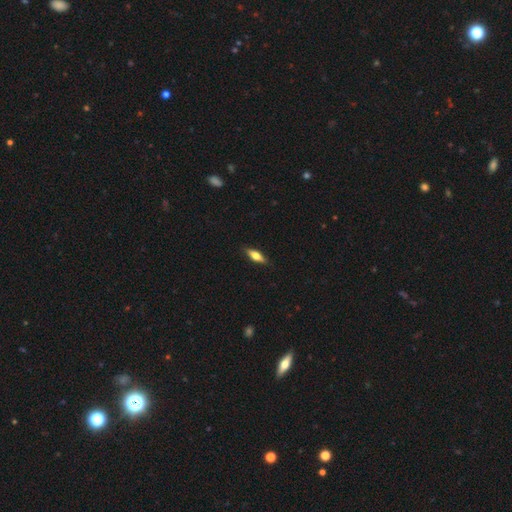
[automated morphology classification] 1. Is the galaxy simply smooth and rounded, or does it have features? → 50% smooth, 43% featured or disk, 7% star or artifact.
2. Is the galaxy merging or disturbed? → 88% none, 9% minor disturbance, 2% major disturbance, 1% merger.